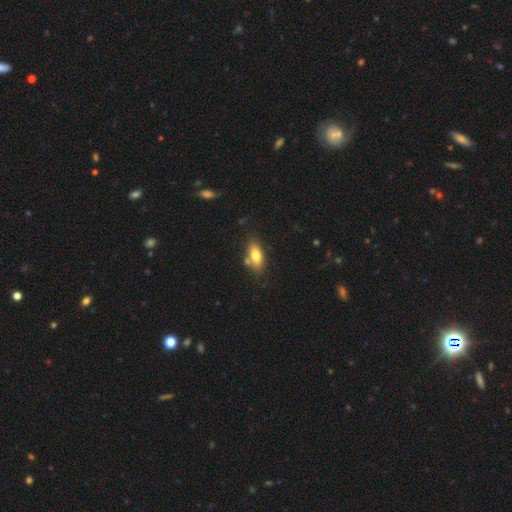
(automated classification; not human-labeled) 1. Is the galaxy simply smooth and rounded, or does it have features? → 75% smooth, 17% featured or disk, 7% star or artifact.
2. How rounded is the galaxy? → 86% in between, 9% cigar-shaped, 4% round.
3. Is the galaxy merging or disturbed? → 69% none, 16% minor disturbance, 12% merger, 4% major disturbance.